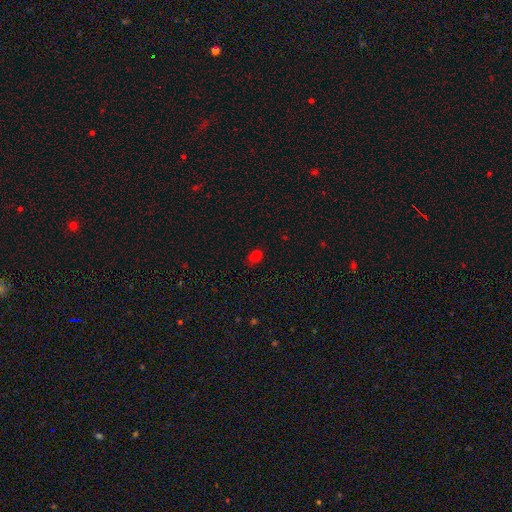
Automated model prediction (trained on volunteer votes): Overall: smooth (74%). How rounded: in between (80%). Merging: none (71%).